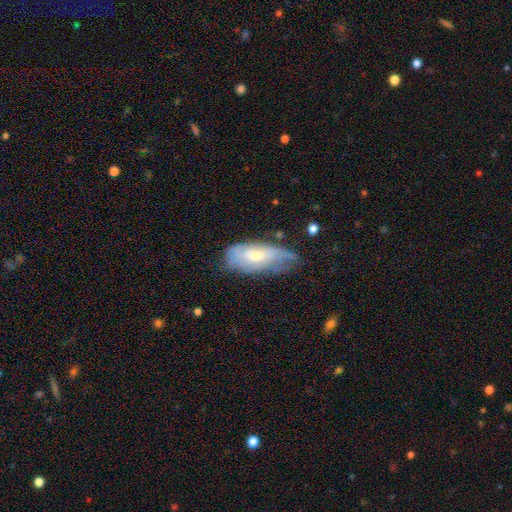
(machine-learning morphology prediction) Q: Smooth or featured?
A: featured or disk (51%); runner-up: smooth (42%)
Q: Edge-on disk?
A: no (85%); runner-up: yes (15%)
Q: Merging?
A: none (46%); runner-up: minor disturbance (37%)